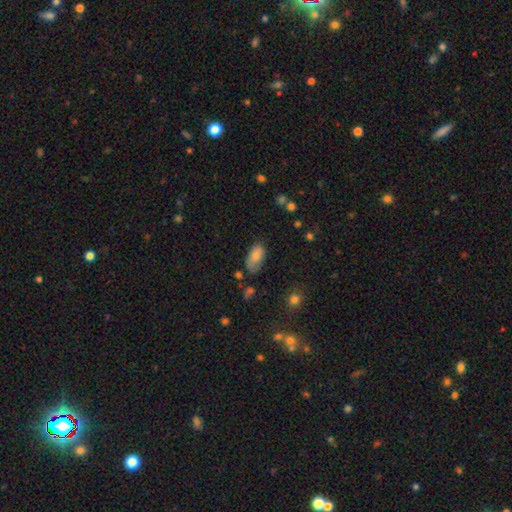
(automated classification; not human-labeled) Smooth or featured: smooth — 79% (featured or disk — 13%)
How rounded: in between — 94% (round — 4%)
Merging: none — 62% (minor disturbance — 28%)